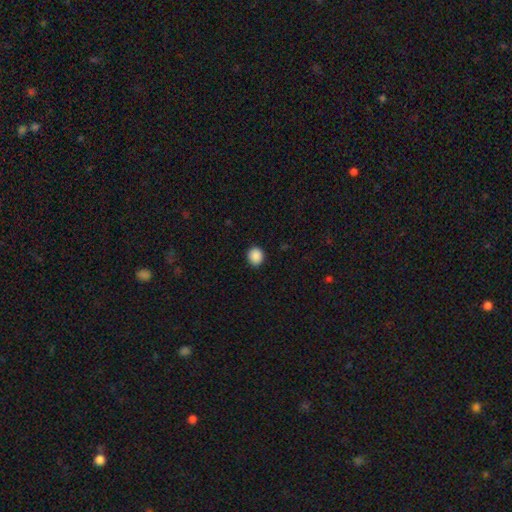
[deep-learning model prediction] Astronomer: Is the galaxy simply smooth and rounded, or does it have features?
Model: smooth — 89%.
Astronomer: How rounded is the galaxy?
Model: round — 80%.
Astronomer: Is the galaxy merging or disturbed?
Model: none — 91%.